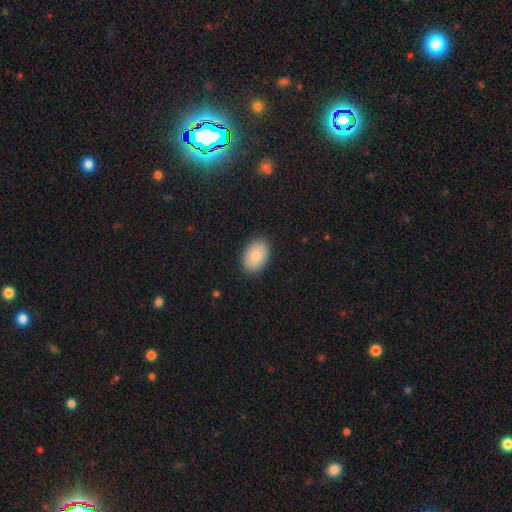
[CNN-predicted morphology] Q: Smooth or featured?
A: smooth (88%); runner-up: star or artifact (6%)
Q: How rounded?
A: in between (88%); runner-up: round (11%)
Q: Merging?
A: none (89%); runner-up: minor disturbance (8%)